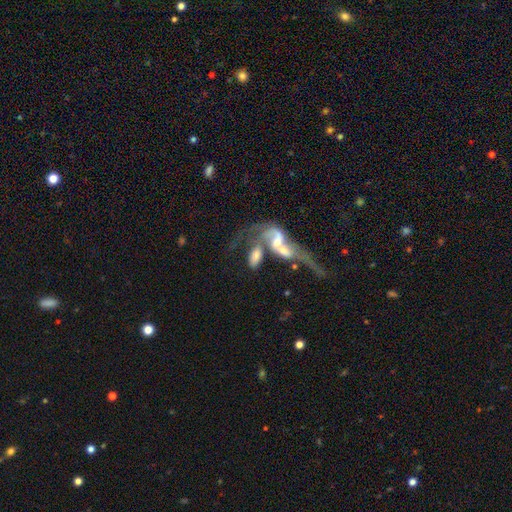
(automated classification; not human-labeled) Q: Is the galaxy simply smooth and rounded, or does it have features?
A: featured or disk — 53%.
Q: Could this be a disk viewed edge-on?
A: no — 89%.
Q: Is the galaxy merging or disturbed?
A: merger — 71%.